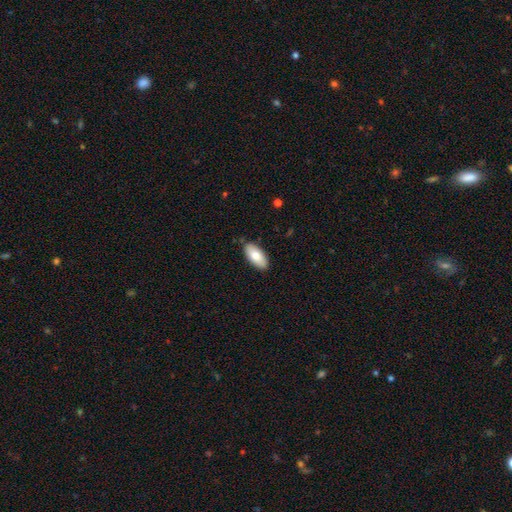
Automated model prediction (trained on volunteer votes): A smooth galaxy with no disk features (78%) that is in between round and cigar-shaped (92%). Merging: none (86%).